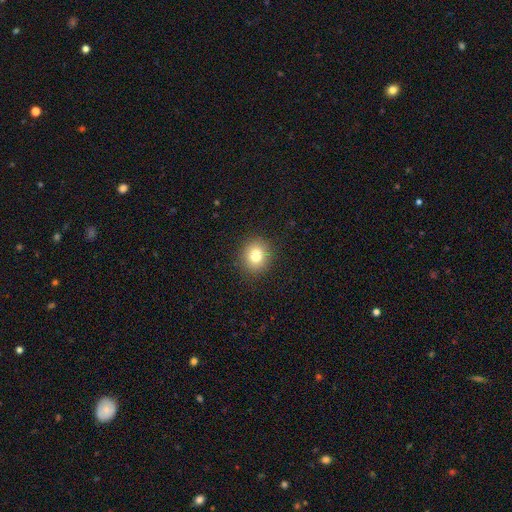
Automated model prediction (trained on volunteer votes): Smooth or featured? smooth (79%)
How rounded? round (80%)
Merging? none (90%)